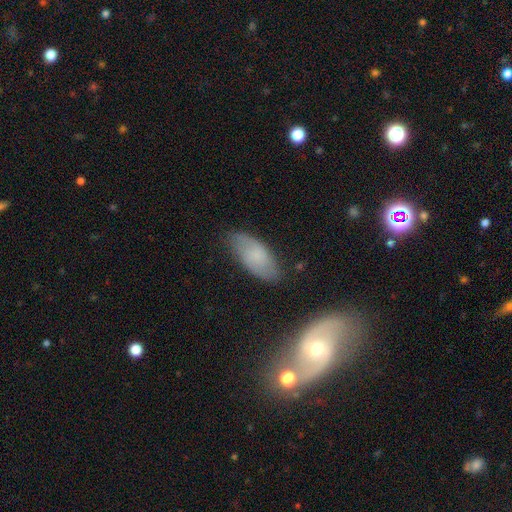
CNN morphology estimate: Smooth or featured? Predicted: smooth (p=0.59). How rounded? Predicted: in between (p=0.89). Merging? Predicted: none (p=0.72).